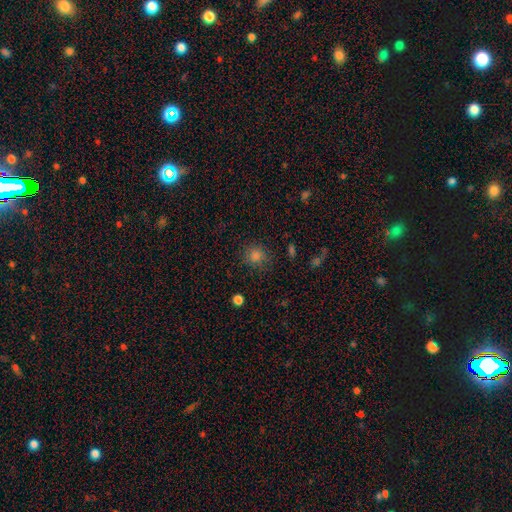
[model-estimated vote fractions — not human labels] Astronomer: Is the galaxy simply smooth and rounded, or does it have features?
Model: smooth — 77%.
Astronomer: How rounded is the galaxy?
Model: round — 84%.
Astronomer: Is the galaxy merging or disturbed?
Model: none — 85%.